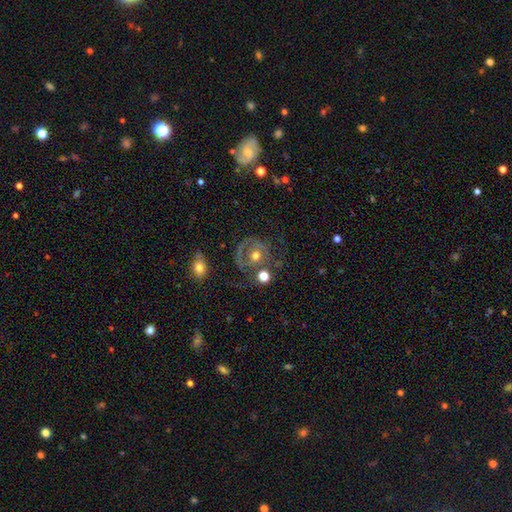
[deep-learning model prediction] A featured or disk galaxy (58%) with no bar (78%), no spiral arms (52%) and a moderate central bulge (71%). Merging: none (52%).